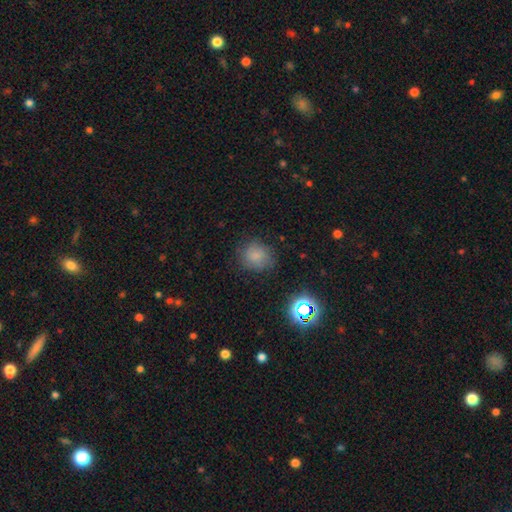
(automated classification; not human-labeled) Morphology: type=smooth (73%); roundness=round (79%); merging=none (74%).